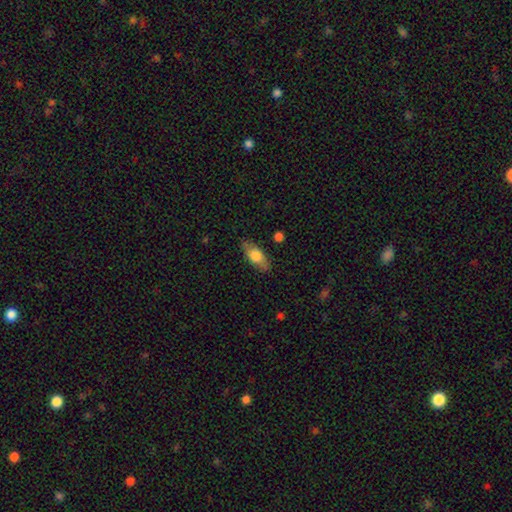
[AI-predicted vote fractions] Smooth or featured? Predicted: smooth (p=0.68). How rounded? Predicted: in between (p=0.79). Merging? Predicted: none (p=0.82).